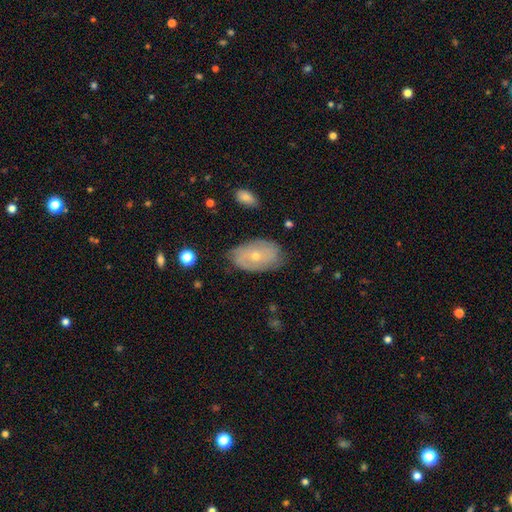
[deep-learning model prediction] Morphology: type=featured or disk (53%); edge-on=no (92%); merging=none (72%).